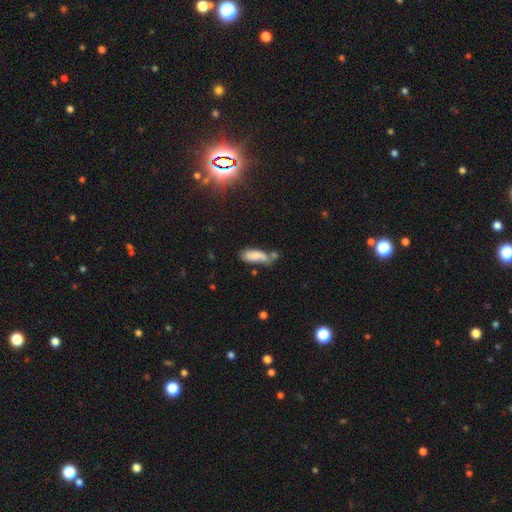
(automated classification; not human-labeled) smooth 76%, featured or disk 16%, star or artifact 8%. Down the decision tree: how rounded — in between (76%); merging — none (38%).